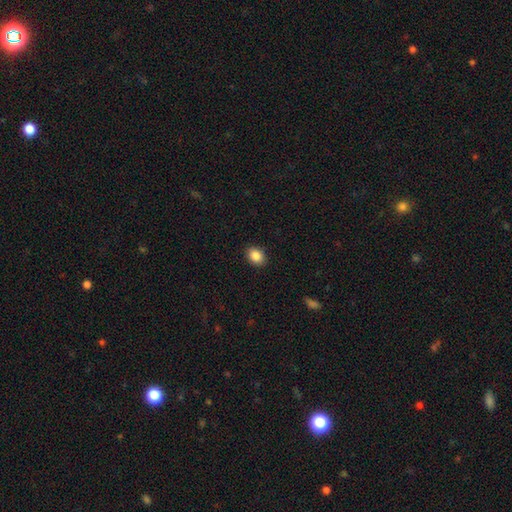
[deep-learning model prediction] Smooth or featured? smooth (87%)
How rounded? in between (61%)
Merging? none (90%)